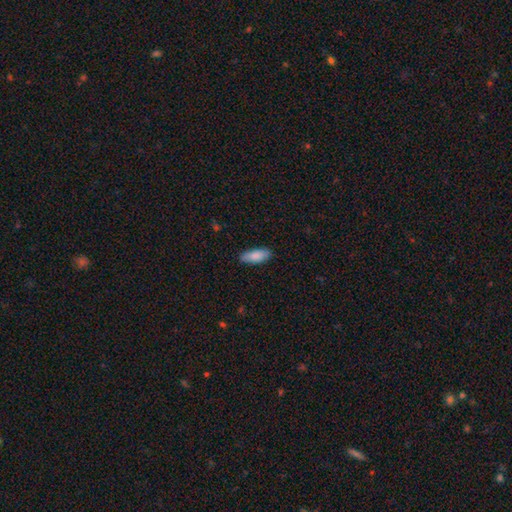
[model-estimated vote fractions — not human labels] Smooth or featured? smooth (87%)
How rounded? in between (76%)
Merging? none (83%)